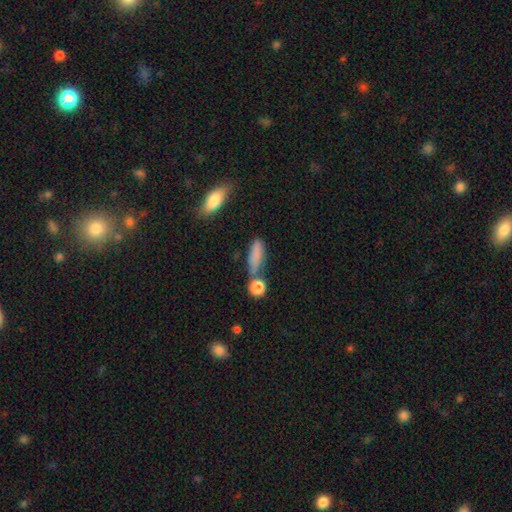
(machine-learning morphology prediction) Overall: smooth (81%). How rounded: in between (48%; cigar-shaped 44%). Merging: none (55%; minor disturbance 19%).